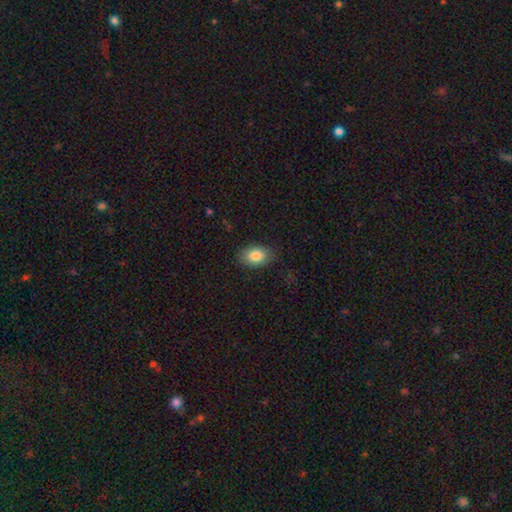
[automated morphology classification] smooth-or-featured: smooth: 85% | star or artifact: 8% | featured or disk: 7%
  how-rounded: in between: 84% | round: 15% | cigar-shaped: 1%
  merging: none: 83% | minor disturbance: 13% | major disturbance: 3% | merger: 1%